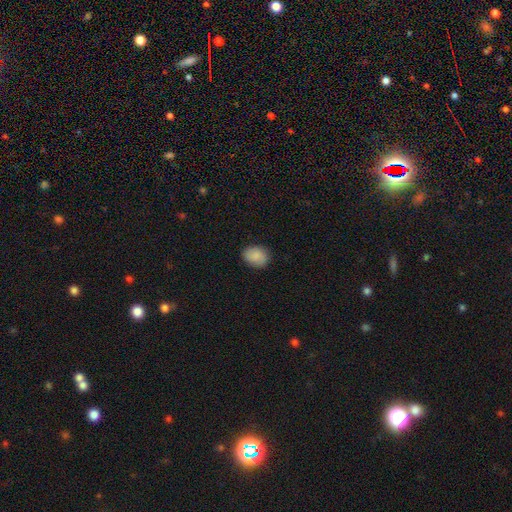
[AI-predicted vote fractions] smooth-or-featured: smooth: 86% | star or artifact: 7% | featured or disk: 7%
  how-rounded: in between: 62% | round: 37% | cigar-shaped: 1%
  merging: none: 85% | minor disturbance: 12% | major disturbance: 2% | merger: 1%